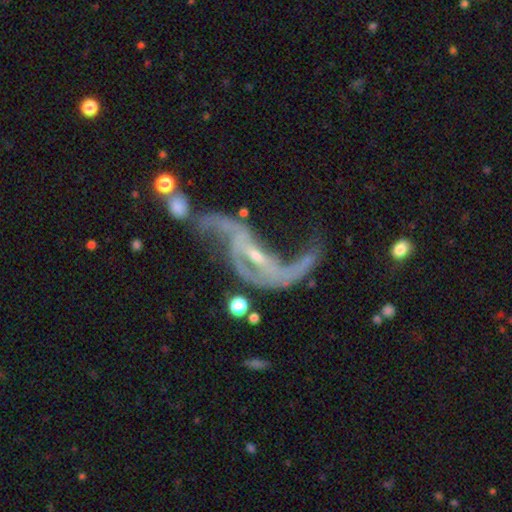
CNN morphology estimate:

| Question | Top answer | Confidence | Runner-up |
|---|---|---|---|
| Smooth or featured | featured or disk | 84% | star or artifact (10%) |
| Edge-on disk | no | 91% | yes (9%) |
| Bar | no | 42% | weak (34%) |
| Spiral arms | yes | 88% | no (12%) |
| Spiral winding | loose | 83% | medium (13%) |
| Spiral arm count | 2 | 77% | can't tell (7%) |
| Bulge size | small | 74% | moderate (16%) |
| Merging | major disturbance | 32% | none (29%) |